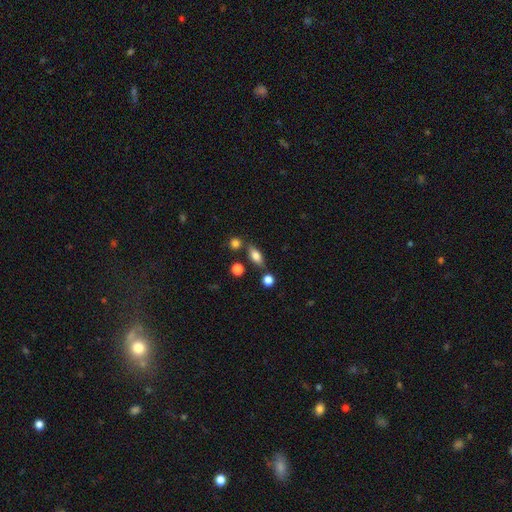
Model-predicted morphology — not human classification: smooth-or-featured: smooth: 73% | featured or disk: 17% | star or artifact: 10%
  how-rounded: in between: 77% | cigar-shaped: 15% | round: 8%
  merging: none: 74% | minor disturbance: 13% | merger: 9% | major disturbance: 4%